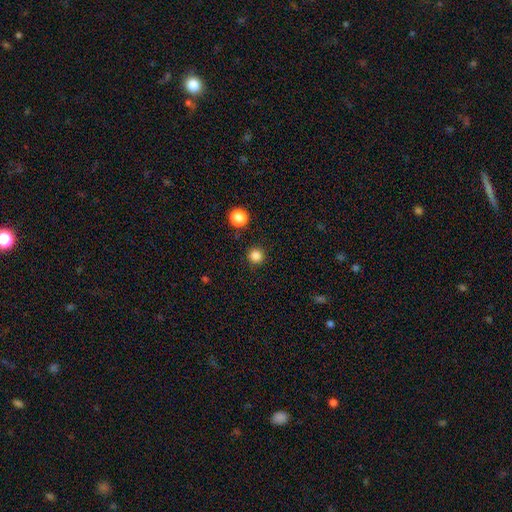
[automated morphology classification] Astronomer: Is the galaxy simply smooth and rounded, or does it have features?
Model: smooth — 84%.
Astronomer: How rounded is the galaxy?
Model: round — 95%.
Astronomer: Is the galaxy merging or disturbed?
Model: none — 91%.